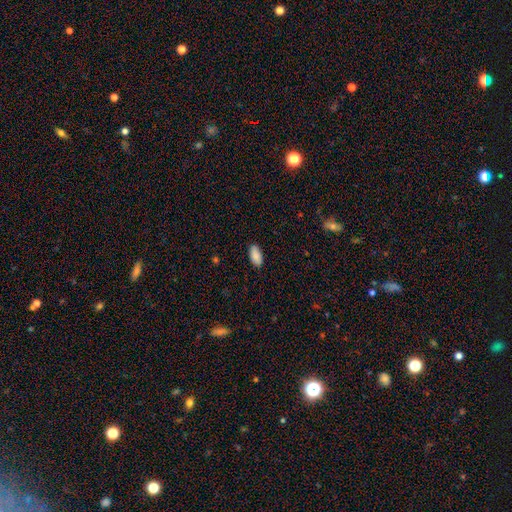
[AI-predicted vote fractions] A smooth galaxy with no disk features (89%) that is in between round and cigar-shaped (93%). Merging: none (85%).